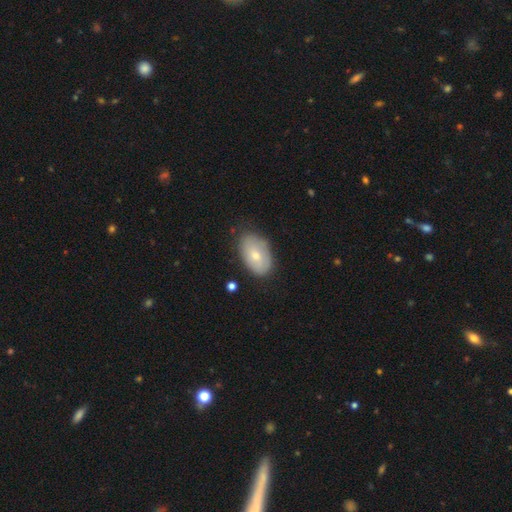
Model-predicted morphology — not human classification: Q: Smooth or featured?
A: smooth (67%); runner-up: featured or disk (26%)
Q: How rounded?
A: in between (91%); runner-up: round (8%)
Q: Merging?
A: none (74%); runner-up: minor disturbance (20%)